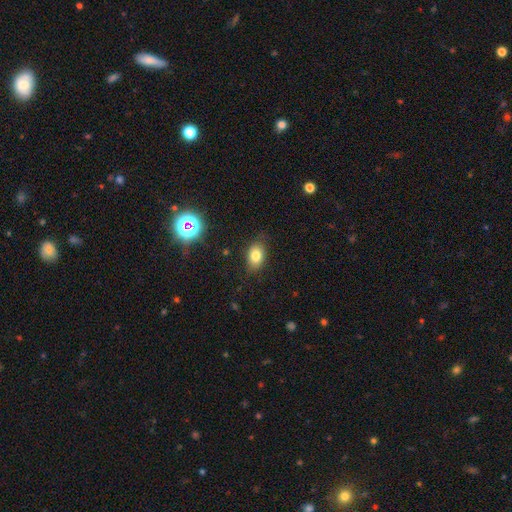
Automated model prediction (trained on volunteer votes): Morphology: type=smooth (79%); roundness=in between (82%); merging=none (82%).